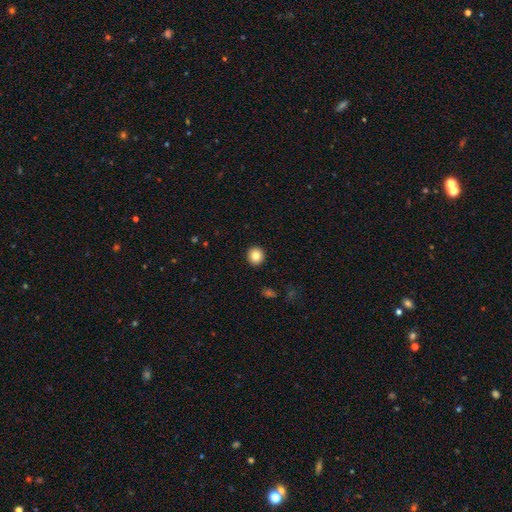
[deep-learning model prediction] Smooth or featured? Predicted: smooth (p=0.83). How rounded? Predicted: round (p=0.92). Merging? Predicted: none (p=0.93).